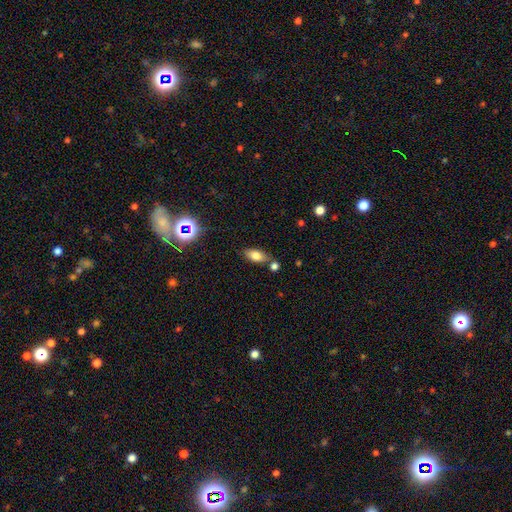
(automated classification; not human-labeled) Q: Smooth or featured?
A: smooth (76%); runner-up: featured or disk (13%)
Q: How rounded?
A: in between (86%); runner-up: cigar-shaped (9%)
Q: Merging?
A: none (69%); runner-up: minor disturbance (14%)